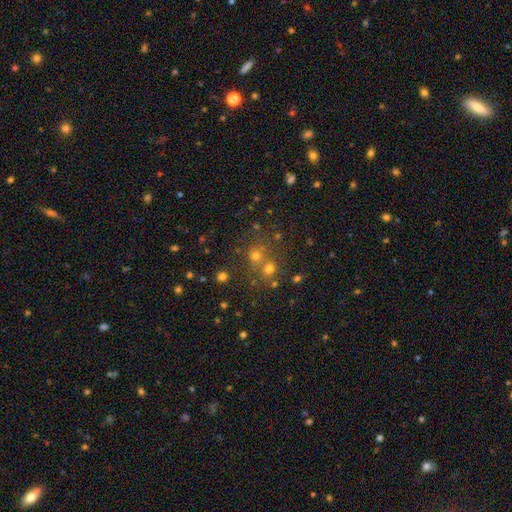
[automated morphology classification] Smooth or featured?
  - smooth: 63% *
  - star or artifact: 26%
  - featured or disk: 11%
How rounded?
  - round: 86% *
  - in between: 13%
  - cigar-shaped: 1%
Merging?
  - none: 57% *
  - merger: 32%
  - minor disturbance: 7%
  - major disturbance: 4%